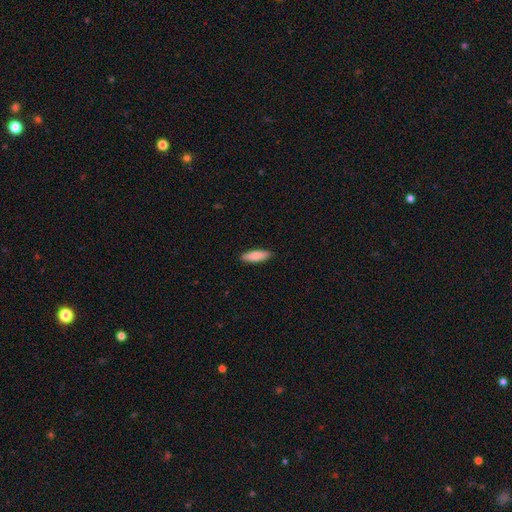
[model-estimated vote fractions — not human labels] A smooth galaxy with no disk features (88%) that is in between round and cigar-shaped (51%). Merging: none (90%).